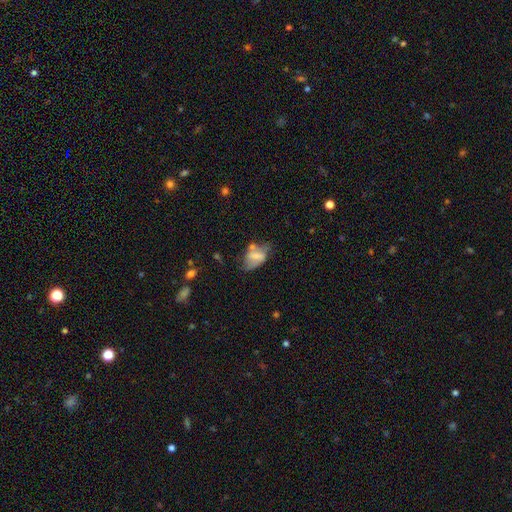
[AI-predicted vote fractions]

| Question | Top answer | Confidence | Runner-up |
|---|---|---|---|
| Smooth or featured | smooth | 54% | featured or disk (37%) |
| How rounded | in between | 85% | round (13%) |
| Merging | none | 37% | minor disturbance (30%) |